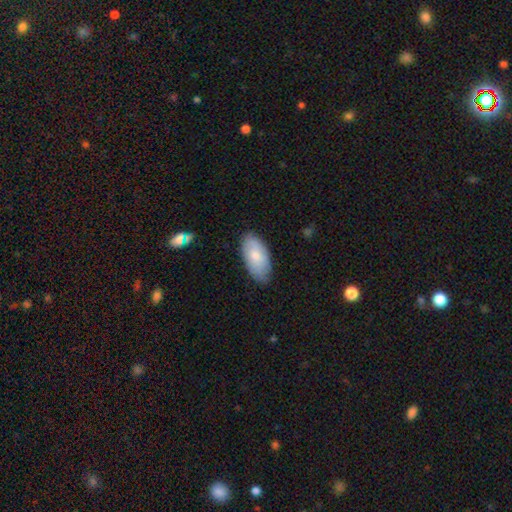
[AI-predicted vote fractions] smooth 75%, featured or disk 19%, star or artifact 6%. Down the decision tree: how rounded — in between (95%); merging — none (79%).